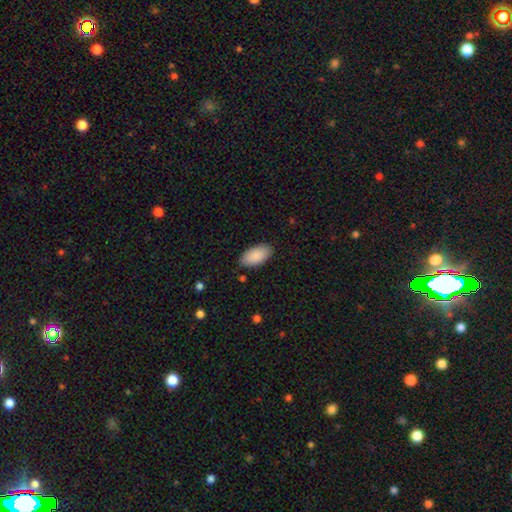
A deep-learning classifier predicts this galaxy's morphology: A smooth galaxy with no disk features (90%) that is in between round and cigar-shaped (95%).

Vote fractions:
- Smooth or featured? smooth: 90% / star or artifact: 6% / featured or disk: 4%
- How rounded? in between: 95% / cigar-shaped: 3% / round: 2%
- Merging? none: 86% / minor disturbance: 10% / major disturbance: 2% / merger: 1%